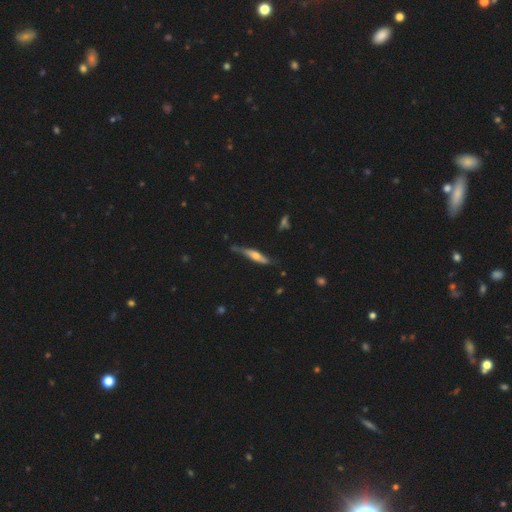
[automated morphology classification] type=featured or disk (52%); edge-on=yes (85%); merging=none (60%).